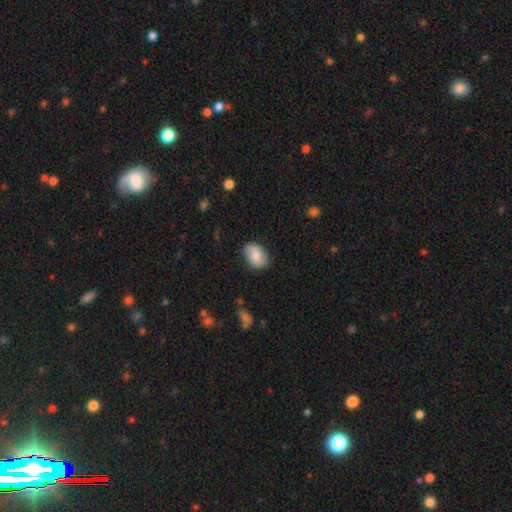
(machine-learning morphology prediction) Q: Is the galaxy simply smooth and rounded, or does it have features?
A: smooth — 74%.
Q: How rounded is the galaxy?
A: in between — 82%.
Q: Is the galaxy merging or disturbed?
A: none — 82%.